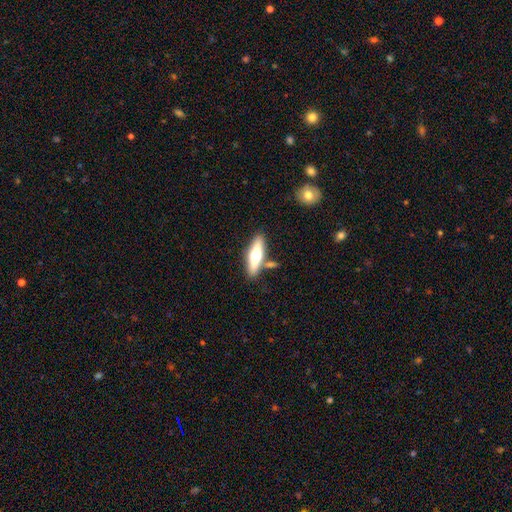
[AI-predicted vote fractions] smooth_or_featured: smooth (p=0.51) [alt: featured or disk p=0.43]
how_rounded: cigar-shaped (p=0.57) [alt: in between p=0.41]
merging: none (p=0.73) [alt: minor disturbance p=0.12]